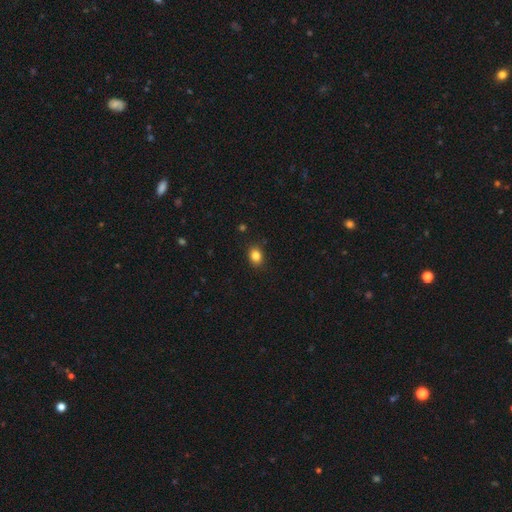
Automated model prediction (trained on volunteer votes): Morphology: type=smooth (84%); roundness=in between (54%); merging=none (88%).